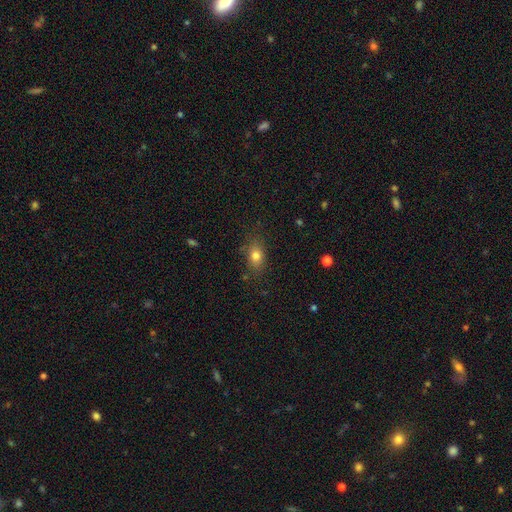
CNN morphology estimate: Q: Smooth or featured?
A: smooth (79%); runner-up: star or artifact (11%)
Q: How rounded?
A: in between (72%); runner-up: round (26%)
Q: Merging?
A: none (77%); runner-up: minor disturbance (16%)